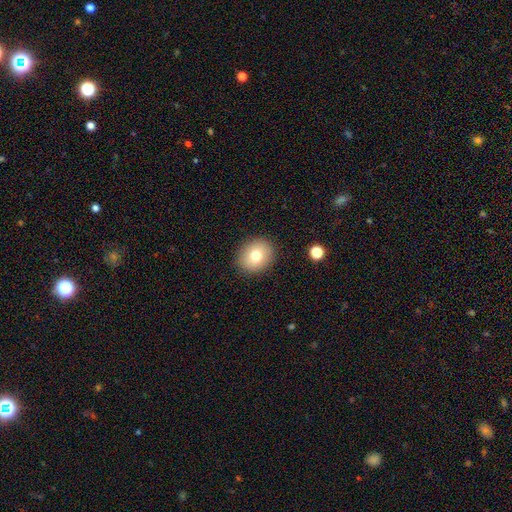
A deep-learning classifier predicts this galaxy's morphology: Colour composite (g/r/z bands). It shows a smooth galaxy with no disk features (76%) that is round (61%). Merging: none (89%).